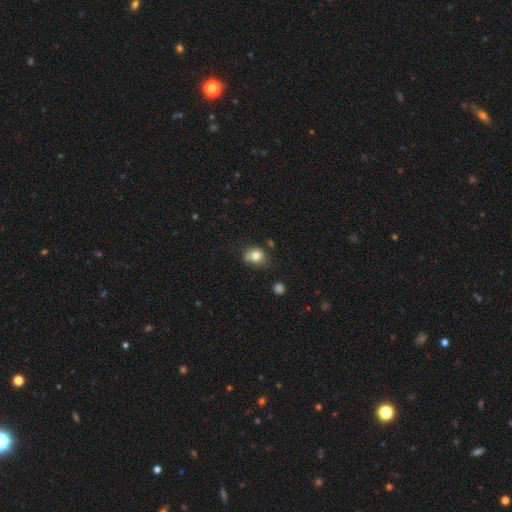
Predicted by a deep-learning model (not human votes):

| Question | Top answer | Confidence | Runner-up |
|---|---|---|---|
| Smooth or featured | smooth | 79% | star or artifact (11%) |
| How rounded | round | 66% | in between (33%) |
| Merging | none | 53% | minor disturbance (28%) |